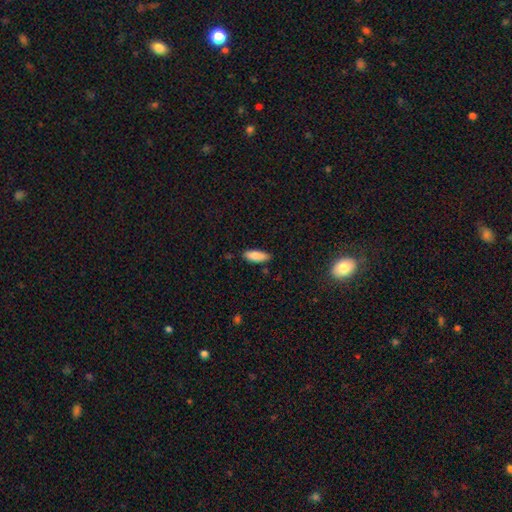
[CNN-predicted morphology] A smooth galaxy with no disk features (87%) that is in between round and cigar-shaped (66%).

Vote fractions:
- Smooth or featured? smooth: 87% / star or artifact: 7% / featured or disk: 6%
- How rounded? in between: 66% / cigar-shaped: 32% / round: 2%
- Merging? none: 81% / minor disturbance: 14% / major disturbance: 2% / merger: 2%